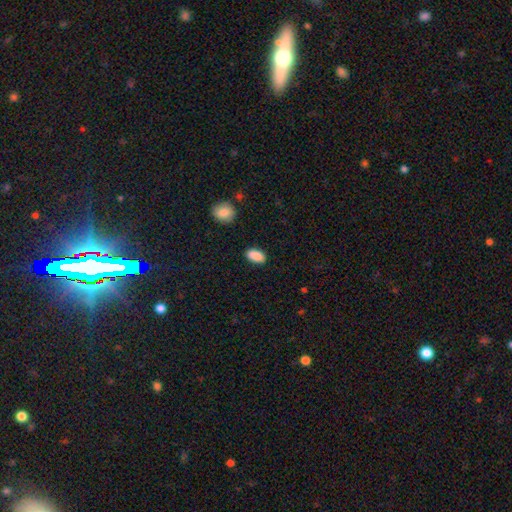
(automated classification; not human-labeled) smooth_or_featured: smooth (p=0.89) [alt: star or artifact p=0.07]
how_rounded: in between (p=0.92) [alt: round p=0.05]
merging: none (p=0.86) [alt: minor disturbance p=0.10]